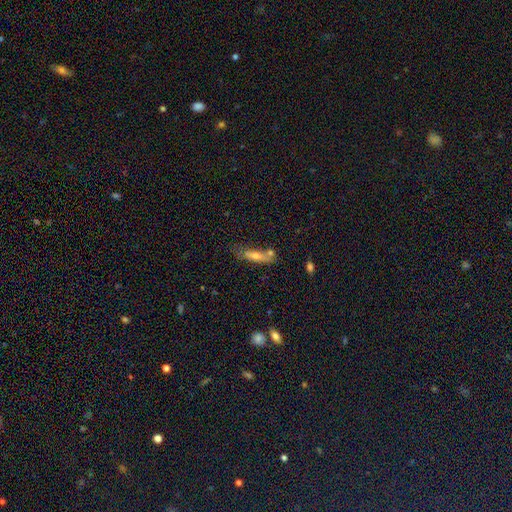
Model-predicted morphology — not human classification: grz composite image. It shows a smooth galaxy with no disk features (54%) that is cigar-shaped (70%). Merging: none (56%).